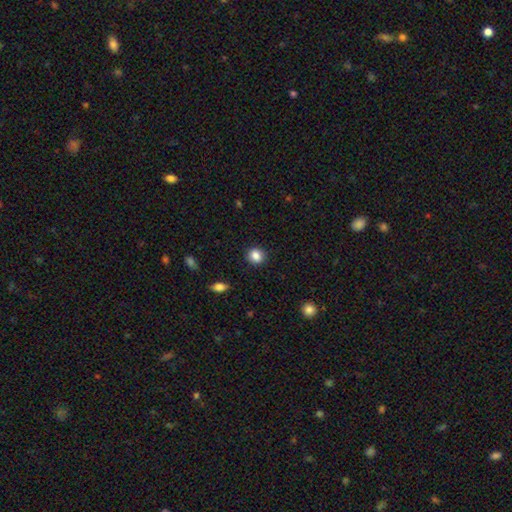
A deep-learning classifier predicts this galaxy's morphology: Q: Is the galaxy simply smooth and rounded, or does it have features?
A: smooth — 86%.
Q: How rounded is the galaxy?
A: round — 76%.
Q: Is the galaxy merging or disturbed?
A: none — 90%.